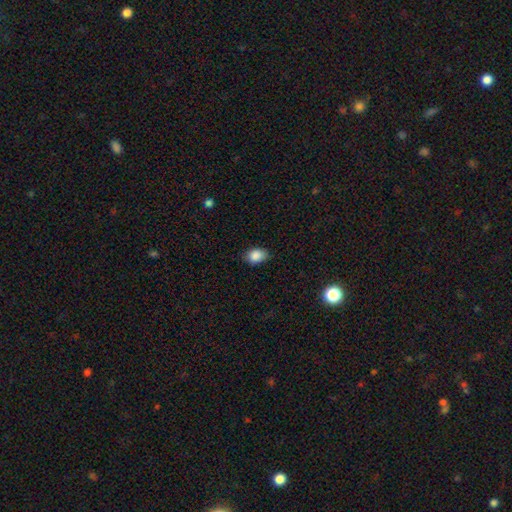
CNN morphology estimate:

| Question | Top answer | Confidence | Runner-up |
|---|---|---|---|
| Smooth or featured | smooth | 88% | star or artifact (8%) |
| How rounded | in between | 76% | round (23%) |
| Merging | none | 76% | minor disturbance (20%) |